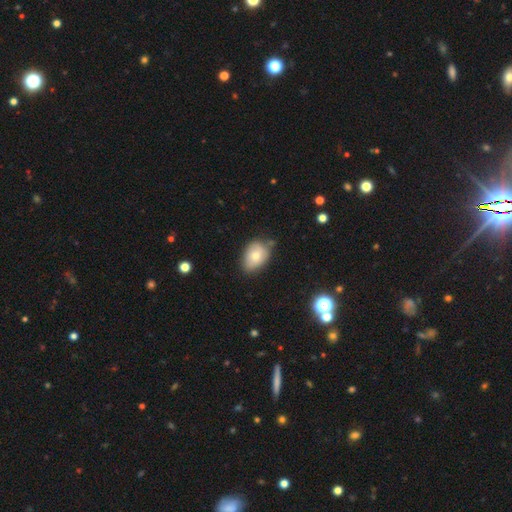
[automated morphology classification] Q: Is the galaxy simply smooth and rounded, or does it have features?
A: smooth — 76%.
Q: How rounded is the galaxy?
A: in between — 81%.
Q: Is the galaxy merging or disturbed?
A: none — 63%.